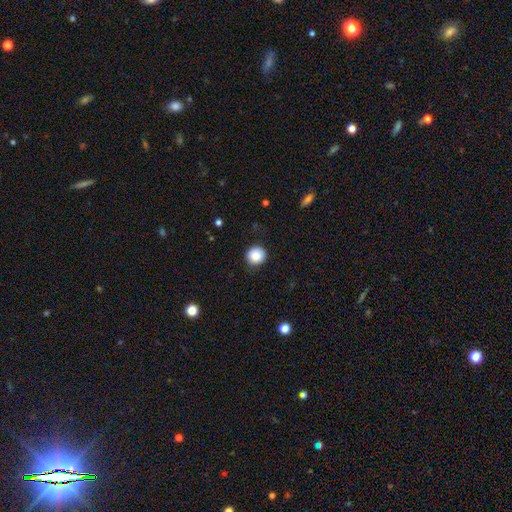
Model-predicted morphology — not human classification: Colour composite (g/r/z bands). It shows a smooth galaxy with no disk features (86%) that is round (92%). Merging: none (88%).